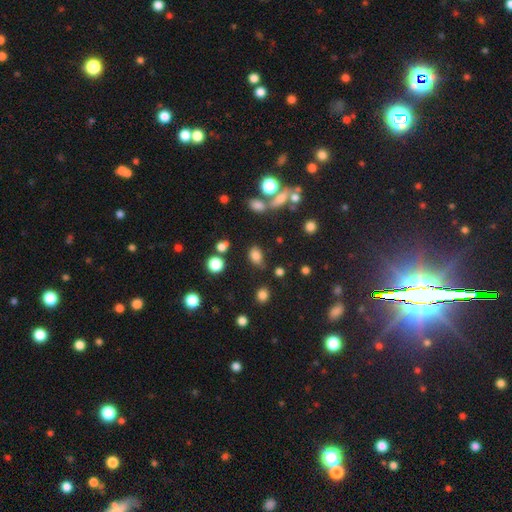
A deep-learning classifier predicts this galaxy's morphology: Overall: smooth (79%). How rounded: in between (78%). Merging: none (70%).